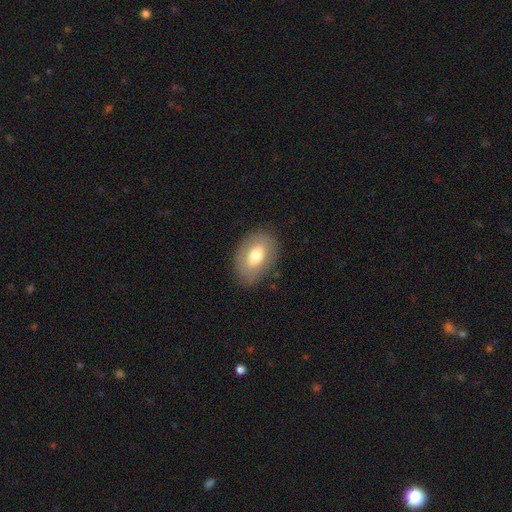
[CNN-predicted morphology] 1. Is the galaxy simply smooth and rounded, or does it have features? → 66% smooth, 27% featured or disk, 7% star or artifact.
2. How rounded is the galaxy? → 87% in between, 11% round, 1% cigar-shaped.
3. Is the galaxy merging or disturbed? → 82% none, 13% minor disturbance, 4% major disturbance, 1% merger.